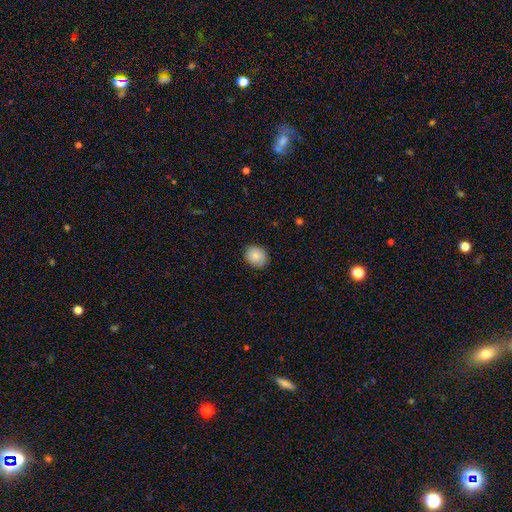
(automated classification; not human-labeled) A smooth galaxy with no disk features (85%) that is round (64%). Merging: none (86%).